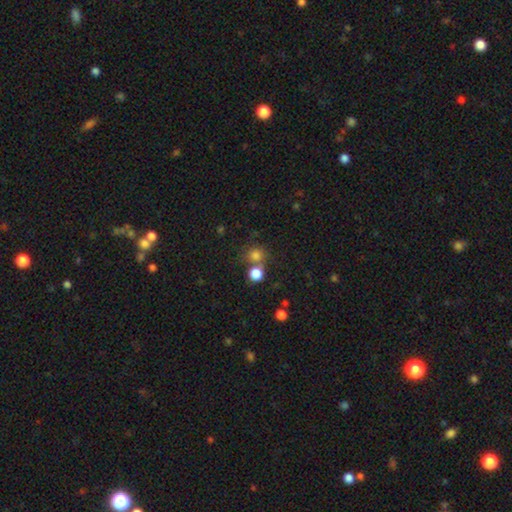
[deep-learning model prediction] This appears to be a smooth galaxy with no disk features (77%) that is round (88%). Merging: none (62%).